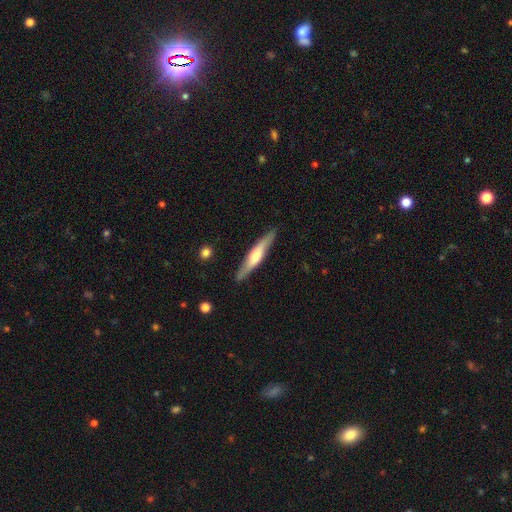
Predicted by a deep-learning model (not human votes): Smooth or featured? Predicted: featured or disk (p=0.57). Edge-on disk? Predicted: yes (p=0.92). Edge-on bulge? Predicted: rounded (p=0.74). Merging? Predicted: none (p=0.87).